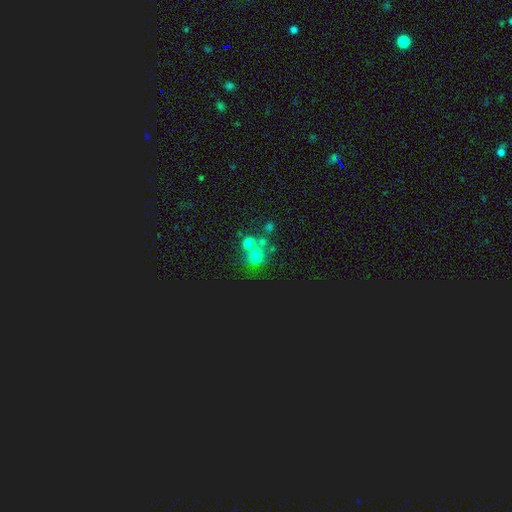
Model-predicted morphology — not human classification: This appears to be a smooth galaxy with no disk features (61%) that is round (79%). Merging: none (47%).